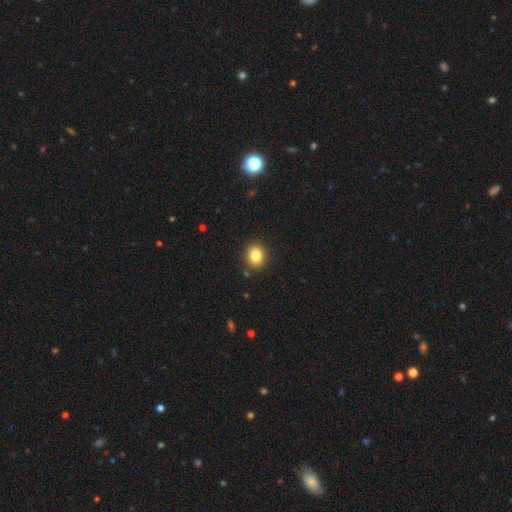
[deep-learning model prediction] A smooth galaxy with no disk features (82%) that is round (66%).

Vote fractions:
- Smooth or featured? smooth: 82% / star or artifact: 10% / featured or disk: 7%
- How rounded? round: 66% / in between: 33% / cigar-shaped: 1%
- Merging? none: 89% / minor disturbance: 8% / major disturbance: 2% / merger: 2%